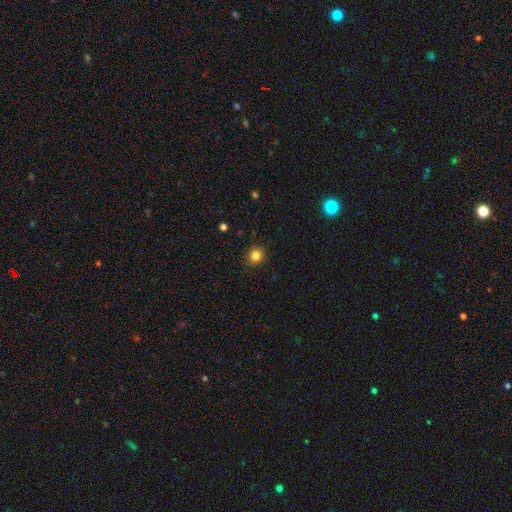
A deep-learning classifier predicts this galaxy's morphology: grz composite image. It shows a smooth galaxy with no disk features (82%) that is round (86%). Merging: none (90%).